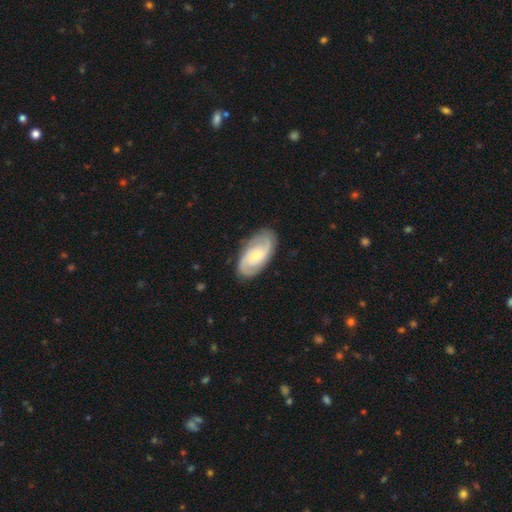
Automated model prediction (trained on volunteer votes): The model was most divided on "spiral winding": tight: 49%, medium: 39%, loose: 12%. More confident: edge-on disk — no (96%); spiral arms — yes (95%); merging — none (84%); smooth or featured — featured or disk (77%); spiral arm count — 2 (72%); bulge size — small (63%); bar — no (60%).